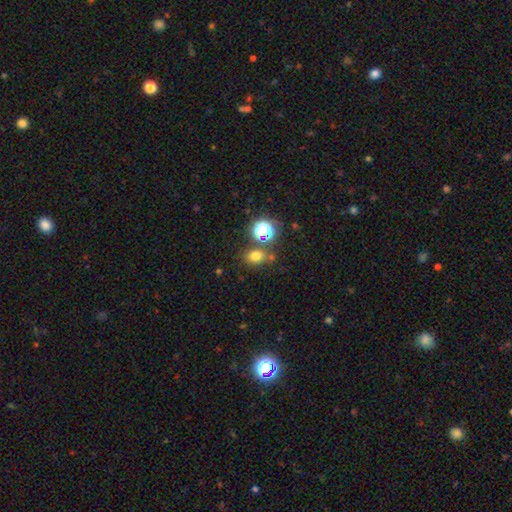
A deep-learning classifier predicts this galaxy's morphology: Q: Smooth or featured?
A: smooth (69%); runner-up: star or artifact (23%)
Q: How rounded?
A: in between (50%); runner-up: round (48%)
Q: Merging?
A: none (71%); runner-up: merger (13%)